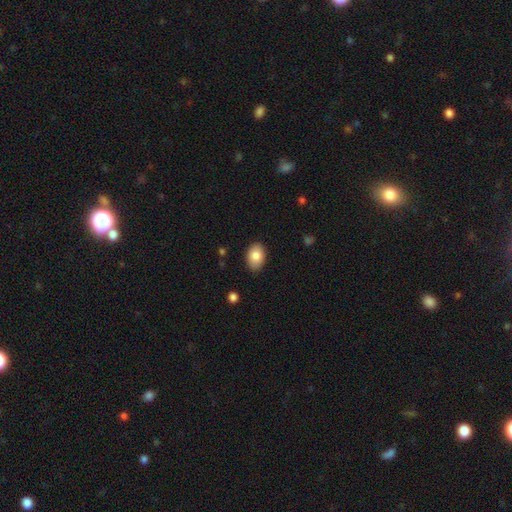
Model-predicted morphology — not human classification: type=smooth (84%); roundness=in between (85%); merging=none (86%).